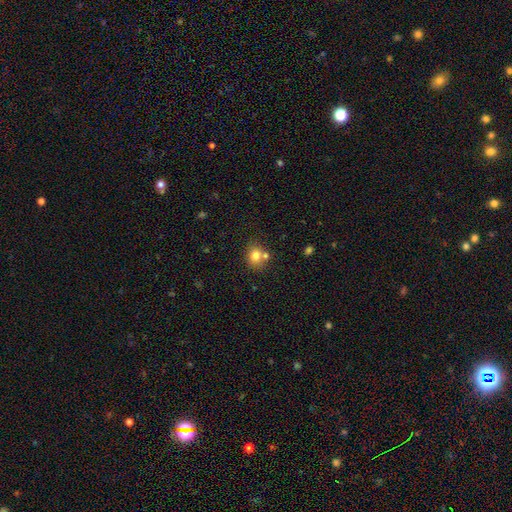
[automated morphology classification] Smooth or featured? smooth (78%)
How rounded? round (67%)
Merging? none (60%)